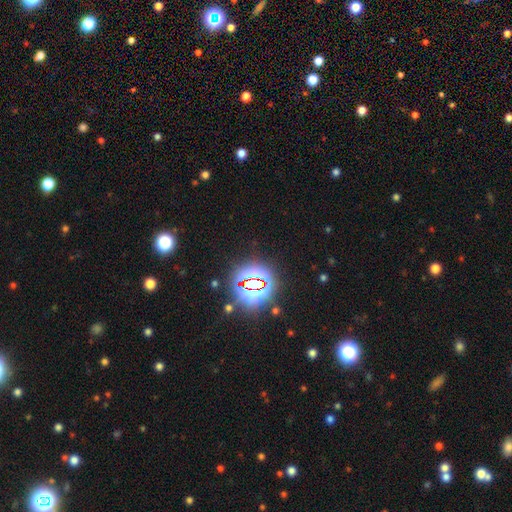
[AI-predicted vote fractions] A star or artifact, not a galaxy (82%).